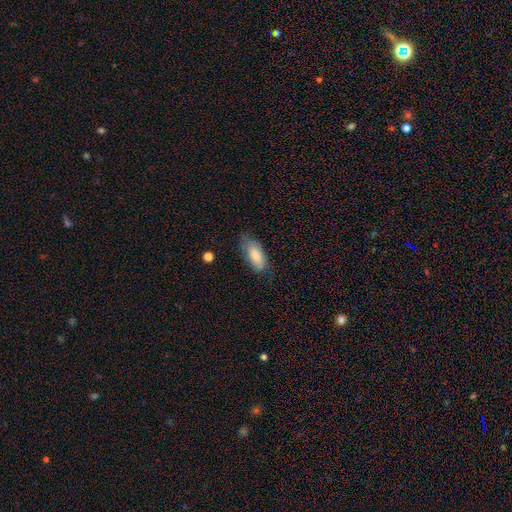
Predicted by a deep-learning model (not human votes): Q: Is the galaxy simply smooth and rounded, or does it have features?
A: smooth — 81%.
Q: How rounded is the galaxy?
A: in between — 86%.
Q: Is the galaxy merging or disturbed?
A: none — 59%.